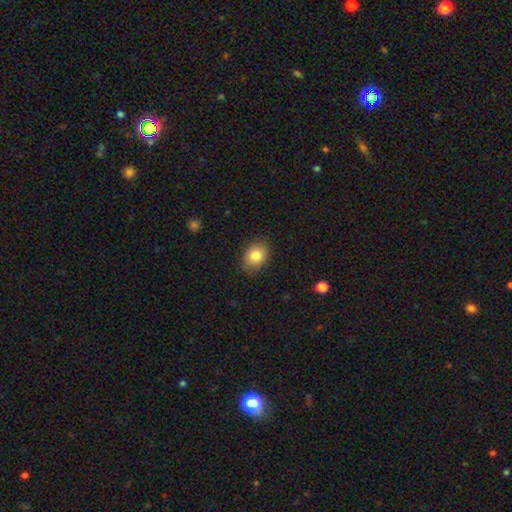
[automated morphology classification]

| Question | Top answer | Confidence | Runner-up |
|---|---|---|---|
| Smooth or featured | smooth | 84% | star or artifact (9%) |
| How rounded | in between | 59% | round (40%) |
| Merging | none | 84% | minor disturbance (12%) |